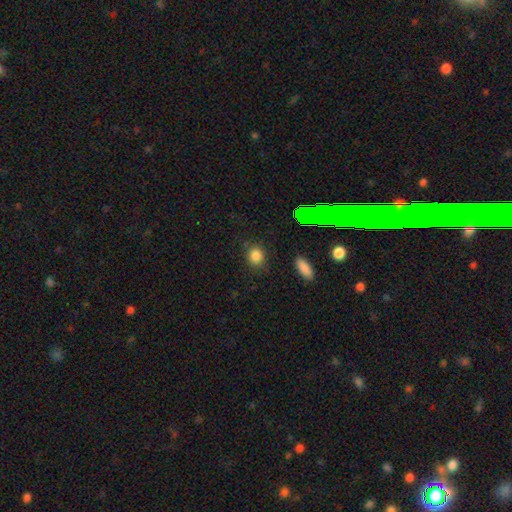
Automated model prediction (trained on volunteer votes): Smooth or featured? smooth (81%)
How rounded? round (71%)
Merging? none (83%)